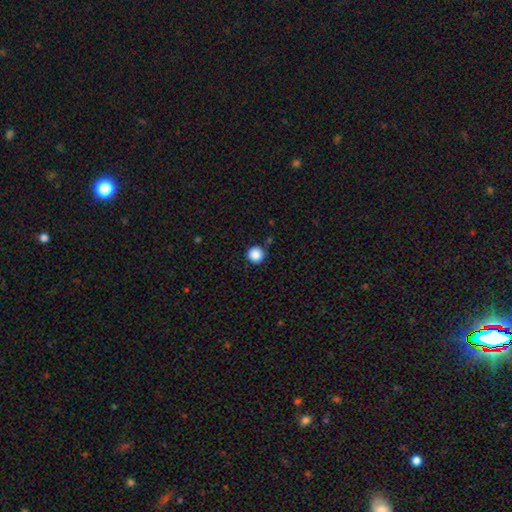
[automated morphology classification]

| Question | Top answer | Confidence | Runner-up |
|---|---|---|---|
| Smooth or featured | smooth | 88% | star or artifact (10%) |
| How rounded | round | 96% | in between (4%) |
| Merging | none | 89% | minor disturbance (6%) |